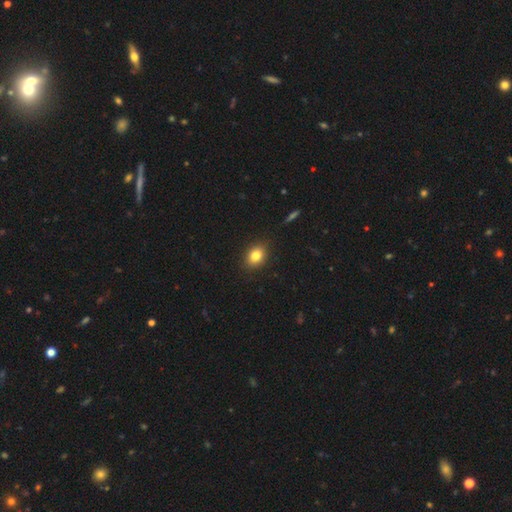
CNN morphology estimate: smooth-or-featured: smooth: 82% | star or artifact: 10% | featured or disk: 8%
  how-rounded: in between: 66% | round: 33% | cigar-shaped: 1%
  merging: none: 88% | minor disturbance: 9% | major disturbance: 2% | merger: 1%